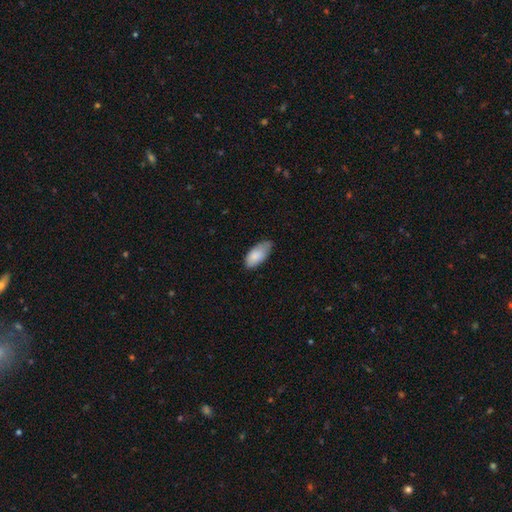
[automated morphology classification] Smooth or featured?
  - smooth: 86% *
  - featured or disk: 8%
  - star or artifact: 6%
How rounded?
  - in between: 93% *
  - cigar-shaped: 5%
  - round: 2%
Merging?
  - none: 60% *
  - minor disturbance: 34%
  - major disturbance: 5%
  - merger: 1%